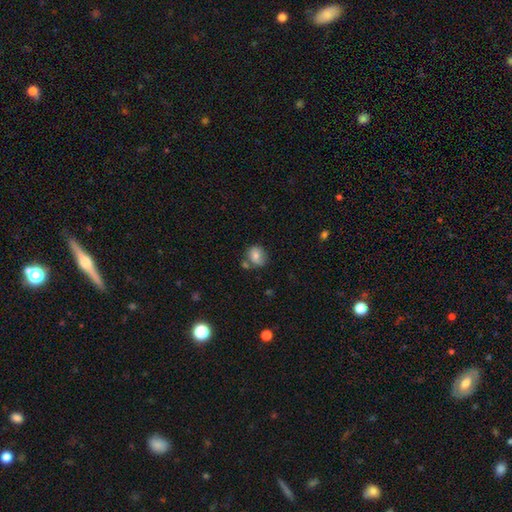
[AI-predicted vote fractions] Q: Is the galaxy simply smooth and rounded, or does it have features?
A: smooth — 76%.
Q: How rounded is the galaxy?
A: round — 60%.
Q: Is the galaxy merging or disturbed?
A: none — 60%.